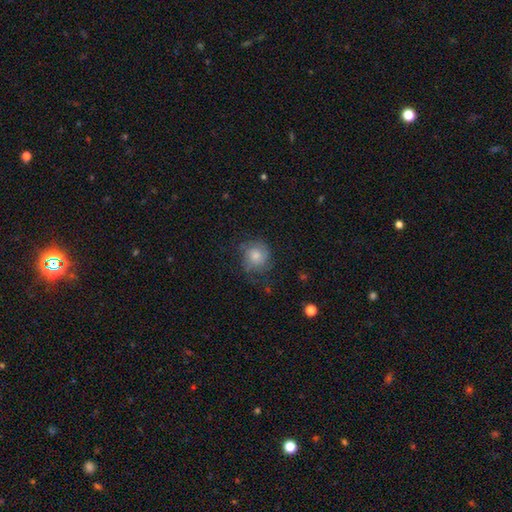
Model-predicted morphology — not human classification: smooth_or_featured: smooth (p=0.50) [alt: featured or disk p=0.38]
how_rounded: round (p=0.83) [alt: in between p=0.16]
merging: none (p=0.65) [alt: minor disturbance p=0.22]